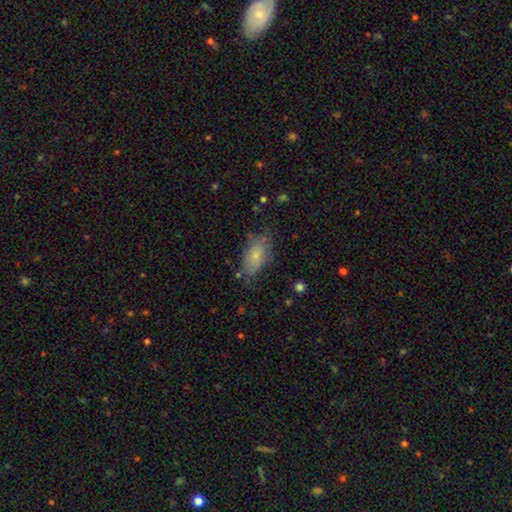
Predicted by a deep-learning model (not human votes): This is likely a smooth galaxy (74%). How rounded: clearly in between (90%). Merging: likely none (65%).